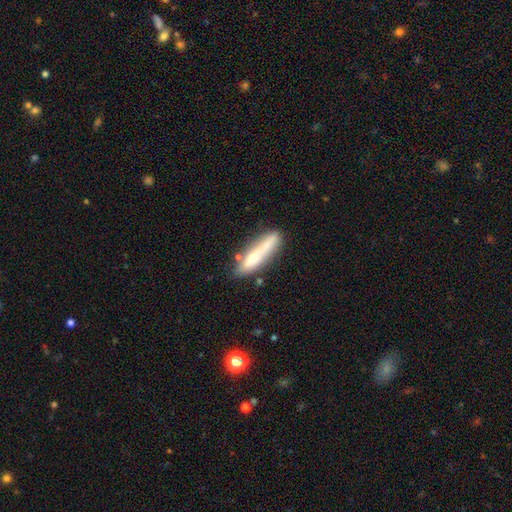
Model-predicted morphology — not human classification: smooth 60%, featured or disk 33%, star or artifact 7%. Down the decision tree: how rounded — cigar-shaped (82%); merging — none (65%).